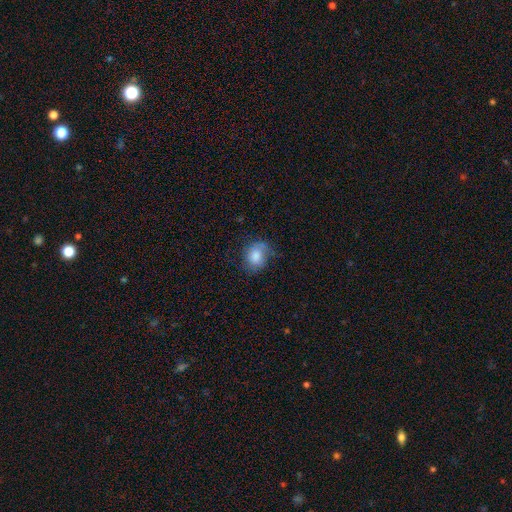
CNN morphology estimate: A smooth galaxy with no disk features (80%) that is round (51%). Merging: none (61%).